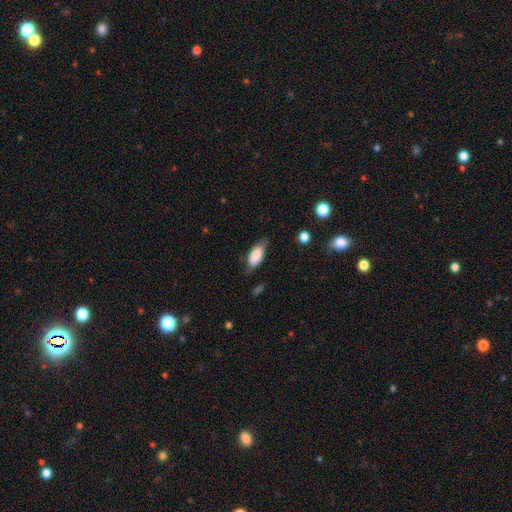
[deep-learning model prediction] Q: Smooth or featured?
A: smooth (82%); runner-up: featured or disk (12%)
Q: How rounded?
A: in between (86%); runner-up: cigar-shaped (12%)
Q: Merging?
A: none (67%); runner-up: minor disturbance (25%)